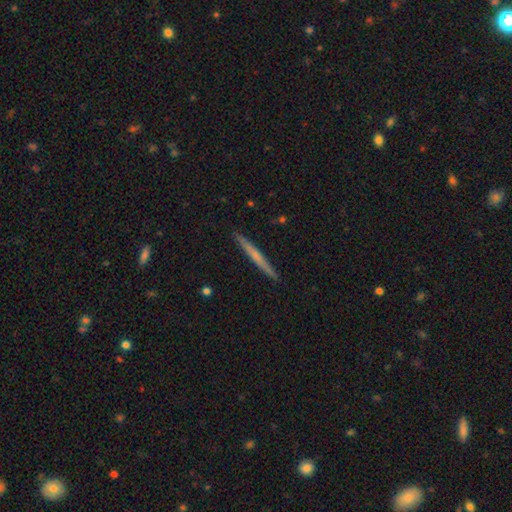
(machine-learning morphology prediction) Overall: smooth (49%; featured or disk 46%). Merging: none (92%).